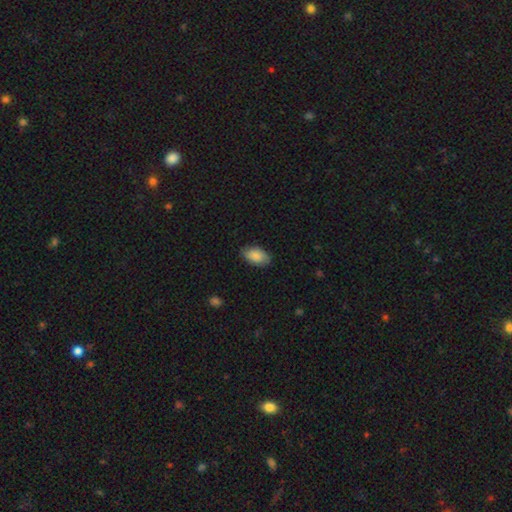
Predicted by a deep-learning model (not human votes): smooth_or_featured: smooth (p=0.86) [alt: featured or disk p=0.07]
how_rounded: in between (p=0.94) [alt: round p=0.04]
merging: none (p=0.82) [alt: minor disturbance p=0.14]